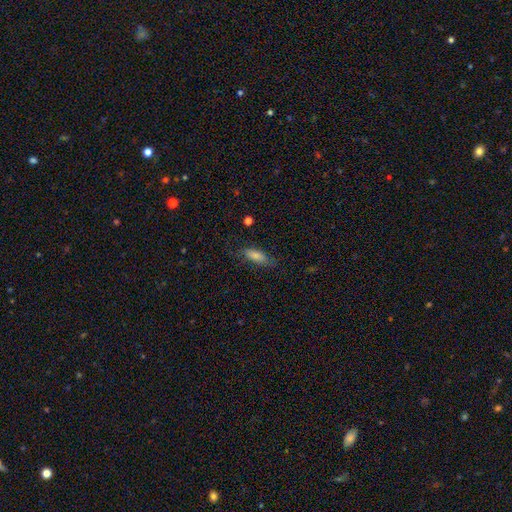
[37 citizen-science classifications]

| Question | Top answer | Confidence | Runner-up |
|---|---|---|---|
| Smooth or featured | smooth | 89% | featured or disk (5%) |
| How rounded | in between | 61% | cigar-shaped (39%) |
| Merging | none | 74% | minor disturbance (20%) |